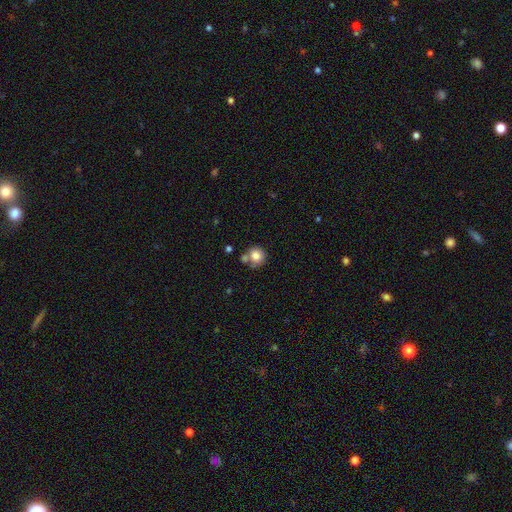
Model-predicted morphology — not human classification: This is likely a smooth galaxy (80%). How rounded: clearly round (89%). Merging: possibly none (59%).